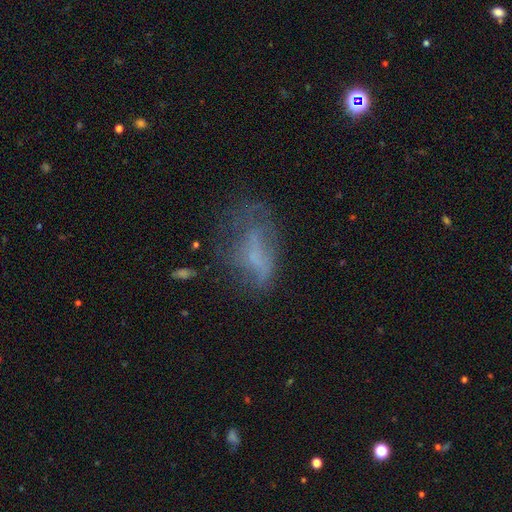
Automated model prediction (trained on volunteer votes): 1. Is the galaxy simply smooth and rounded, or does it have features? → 43% featured or disk, 42% smooth, 16% star or artifact.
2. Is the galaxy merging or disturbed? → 38% none, 33% major disturbance, 25% minor disturbance, 4% merger.